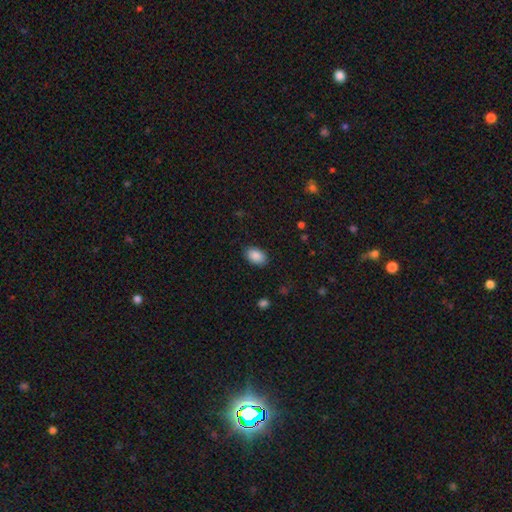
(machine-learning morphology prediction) Smooth or featured? smooth (89%)
How rounded? in between (89%)
Merging? none (87%)